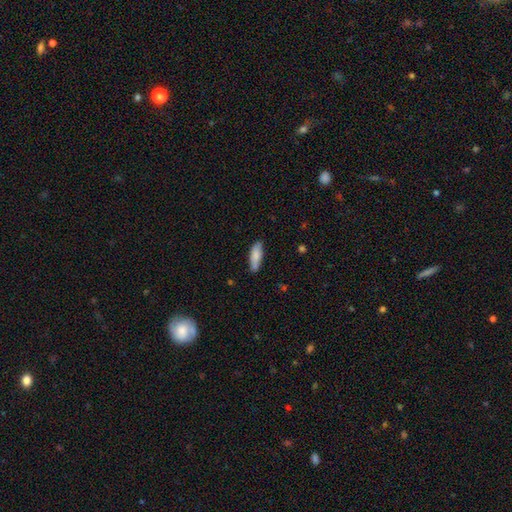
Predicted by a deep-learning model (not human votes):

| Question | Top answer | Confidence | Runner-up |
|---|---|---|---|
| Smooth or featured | smooth | 81% | featured or disk (13%) |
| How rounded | in between | 58% | cigar-shaped (40%) |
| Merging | none | 76% | minor disturbance (18%) |